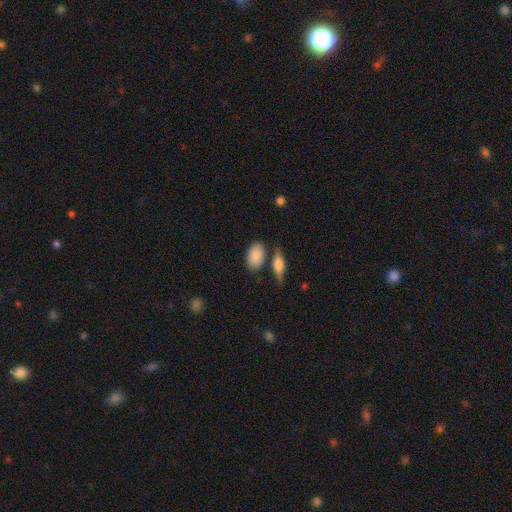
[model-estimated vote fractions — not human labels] smooth_or_featured: smooth (p=0.85) [alt: featured or disk p=0.09]
how_rounded: in between (p=0.89) [alt: round p=0.08]
merging: none (p=0.70) [alt: minor disturbance p=0.14]